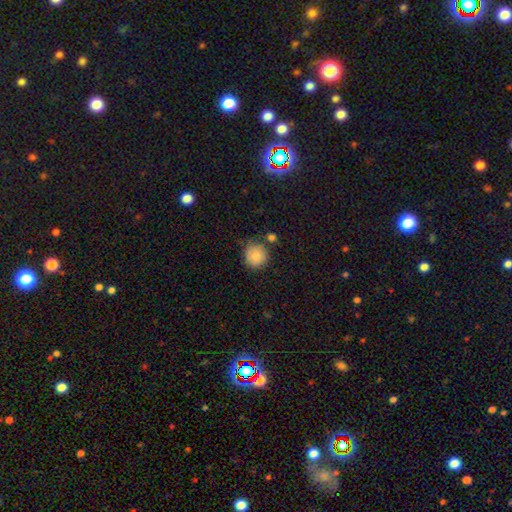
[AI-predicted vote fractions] Smooth or featured?
  - smooth: 81% *
  - featured or disk: 10%
  - star or artifact: 9%
How rounded?
  - round: 91% *
  - in between: 8%
  - cigar-shaped: 1%
Merging?
  - none: 72% *
  - minor disturbance: 17%
  - merger: 6%
  - major disturbance: 4%